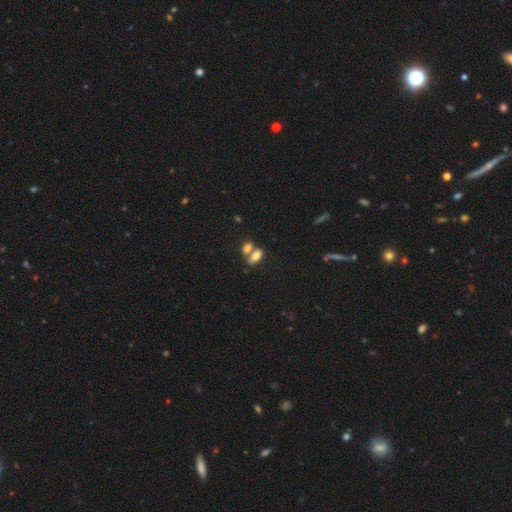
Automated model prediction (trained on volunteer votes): A smooth galaxy with no disk features (76%) that is in between round and cigar-shaped (83%).

Vote fractions:
- Smooth or featured? smooth: 76% / featured or disk: 15% / star or artifact: 9%
- How rounded? in between: 83% / cigar-shaped: 9% / round: 8%
- Merging? merger: 51% / none: 37% / minor disturbance: 9% / major disturbance: 4%